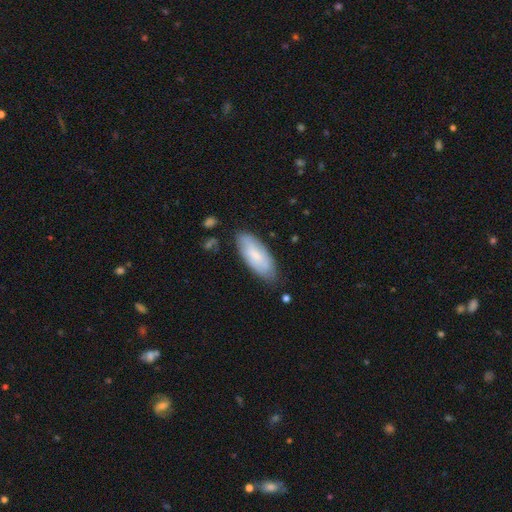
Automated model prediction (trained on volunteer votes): Smooth or featured? Predicted: smooth (p=0.68). How rounded? Predicted: in between (p=0.78). Merging? Predicted: none (p=0.75).